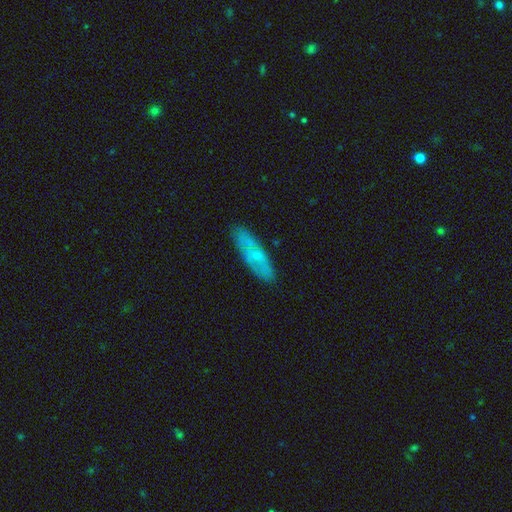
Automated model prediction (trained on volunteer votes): The model was most divided on "how rounded": cigar-shaped: 52%, in between: 45%, round: 3%. More confident: merging — none (78%); smooth or featured — smooth (56%).